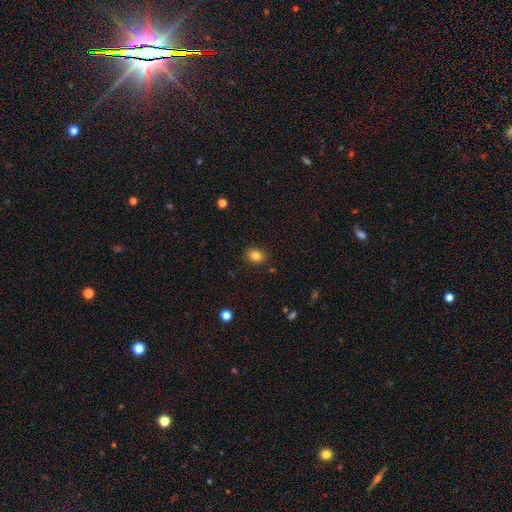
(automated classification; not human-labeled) Morphology: type=smooth (82%); roundness=in between (53%); merging=none (88%).